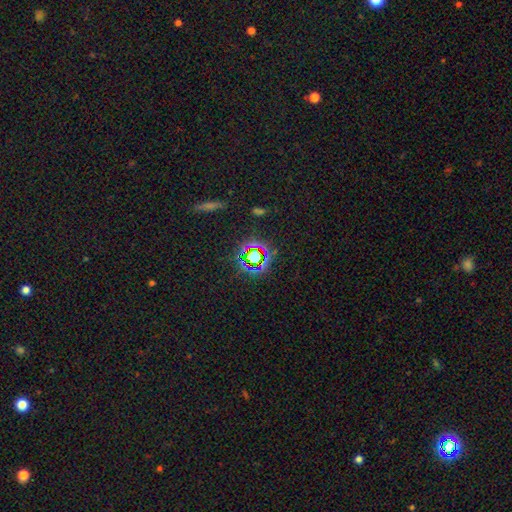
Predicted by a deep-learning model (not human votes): Smooth or featured?
  - star or artifact: 72% *
  - smooth: 18%
  - featured or disk: 10%